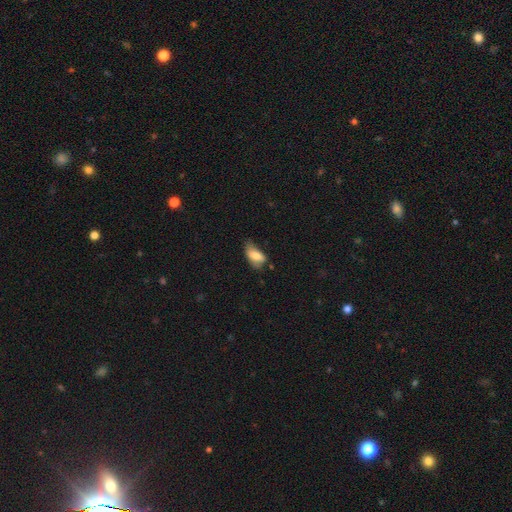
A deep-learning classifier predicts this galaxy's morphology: The model was most divided on "merging": minor disturbance: 40%, none: 38%, major disturbance: 19%, merger: 4%. More confident: how rounded — in between (89%); smooth or featured — smooth (73%).